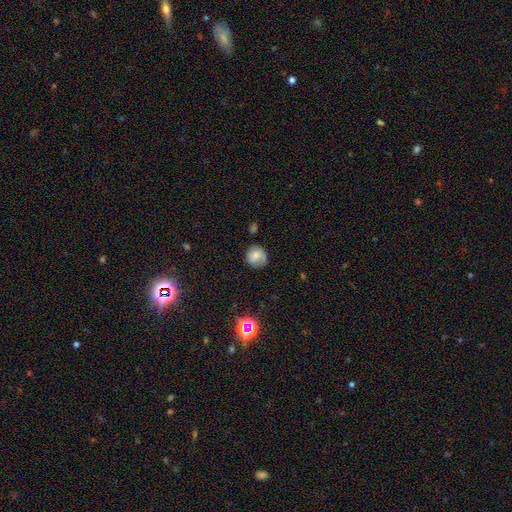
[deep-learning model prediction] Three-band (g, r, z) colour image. It shows a smooth galaxy with no disk features (65%) that is round (83%). Merging: none (67%).